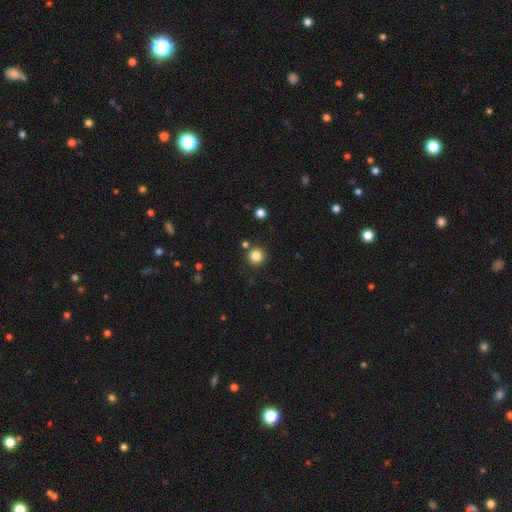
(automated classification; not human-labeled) smooth-or-featured: smooth: 83% | star or artifact: 12% | featured or disk: 5%
  how-rounded: round: 95% | in between: 4% | cigar-shaped: 1%
  merging: none: 85% | minor disturbance: 6% | merger: 6% | major disturbance: 2%